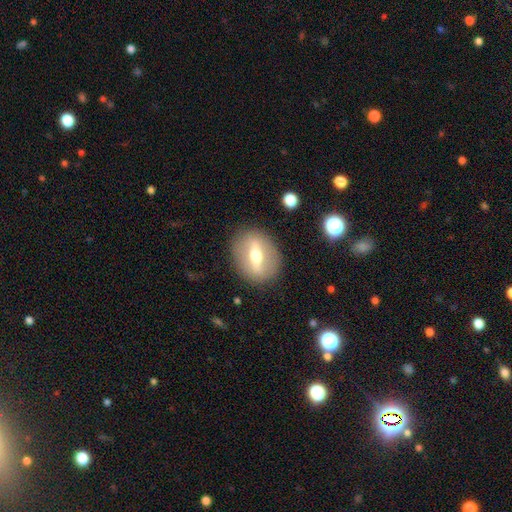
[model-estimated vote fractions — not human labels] This is possibly a featured or disk galaxy (57%). It is likely not viewed edge-on (66%). Merging: clearly none (86%).